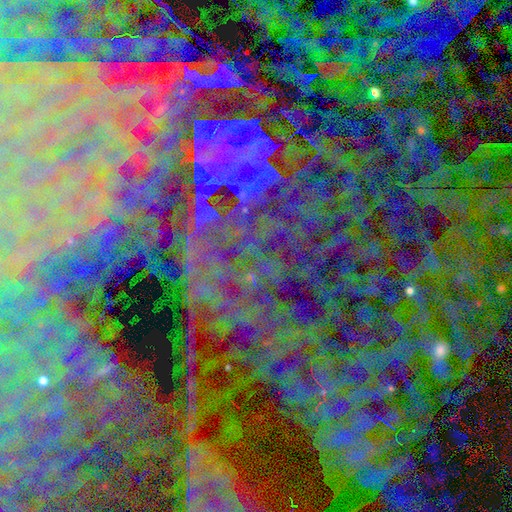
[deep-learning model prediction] Q: Smooth or featured?
A: star or artifact (87%); runner-up: featured or disk (7%)